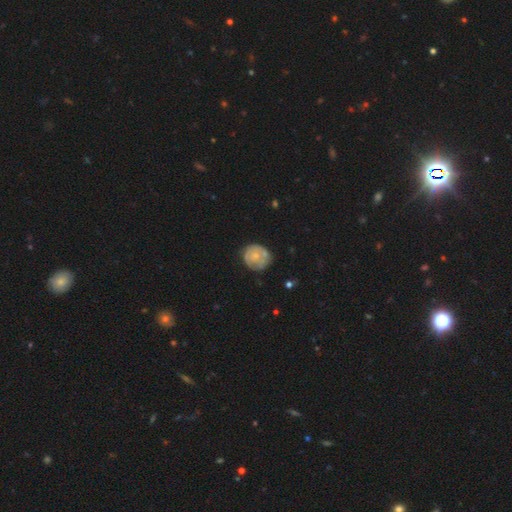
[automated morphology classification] The model was most divided on "smooth or featured": smooth: 48%, featured or disk: 45%, star or artifact: 6%. More confident: merging — none (66%).